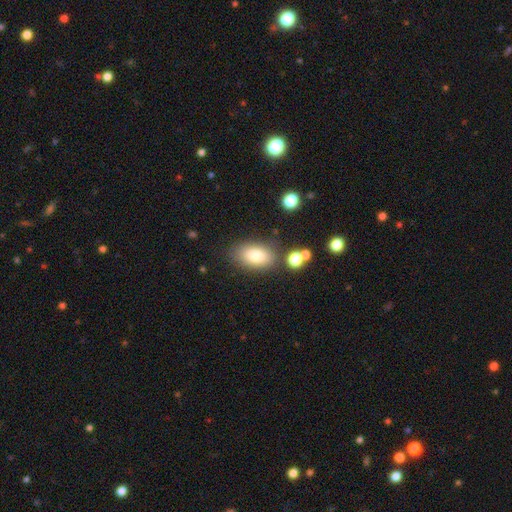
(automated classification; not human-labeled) smooth-or-featured: smooth: 82% | featured or disk: 10% | star or artifact: 9%
  how-rounded: in between: 90% | round: 7% | cigar-shaped: 3%
  merging: none: 78% | minor disturbance: 12% | merger: 6% | major disturbance: 4%